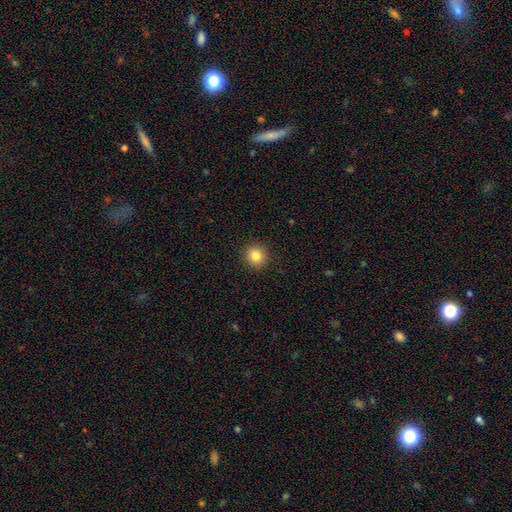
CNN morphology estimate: smooth_or_featured: smooth (p=0.83) [alt: star or artifact p=0.11]
how_rounded: round (p=0.93) [alt: in between p=0.06]
merging: none (p=0.92) [alt: minor disturbance p=0.05]